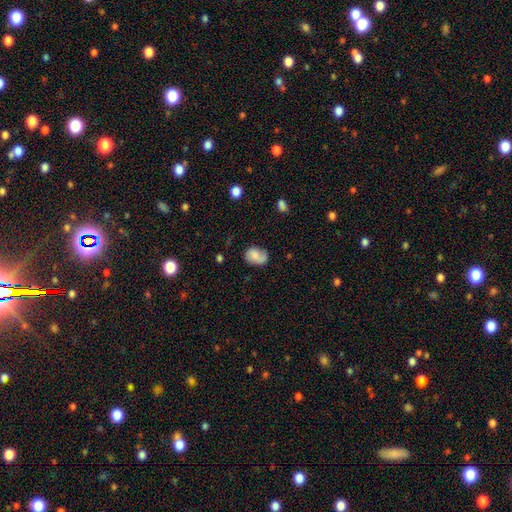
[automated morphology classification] This is possibly a smooth galaxy (59%). How rounded: likely in between (67%). Merging: possibly none (59%).